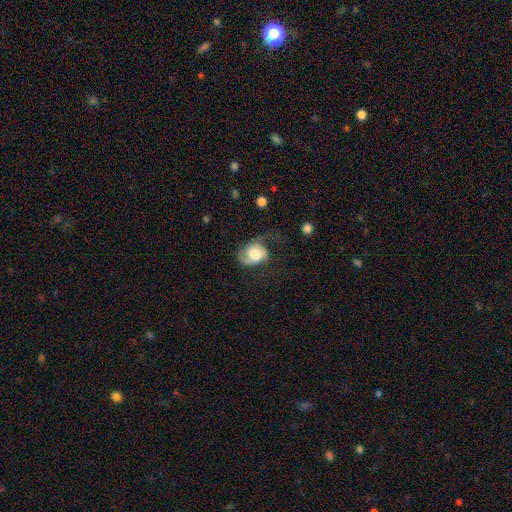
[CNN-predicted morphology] smooth_or_featured: featured or disk (p=0.51) [alt: smooth p=0.41]
disk_edge_on: no (p=0.96) [alt: yes p=0.04]
merging: major disturbance (p=0.37) [alt: none p=0.36]